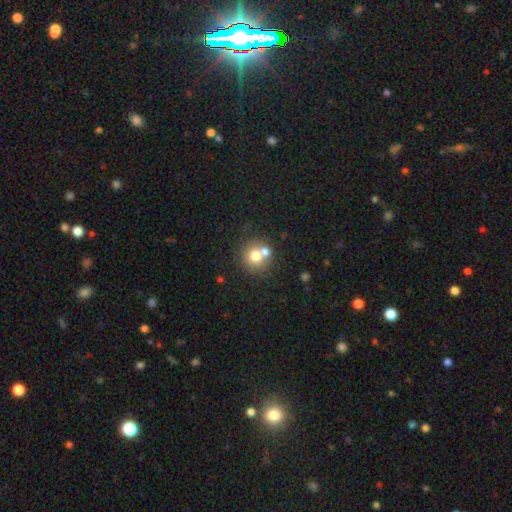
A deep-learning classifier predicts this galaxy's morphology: A smooth galaxy with no disk features (71%) that is round (89%). Merging: none (55%).